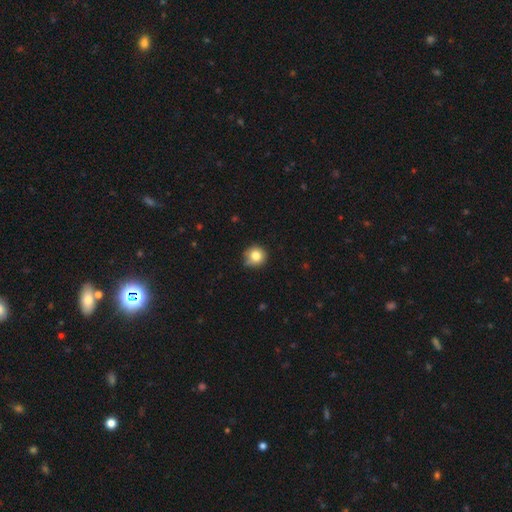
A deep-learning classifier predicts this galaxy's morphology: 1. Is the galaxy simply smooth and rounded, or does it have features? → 81% smooth, 11% star or artifact, 8% featured or disk.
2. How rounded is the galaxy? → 93% round, 6% in between, 1% cigar-shaped.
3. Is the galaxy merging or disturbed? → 74% none, 20% minor disturbance, 3% major disturbance, 2% merger.